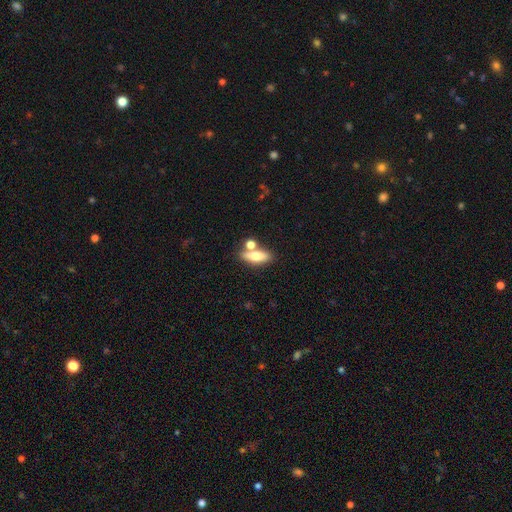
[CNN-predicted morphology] A smooth galaxy with no disk features (63%) that is in between round and cigar-shaped (60%).

Vote fractions:
- Smooth or featured? smooth: 63% / featured or disk: 29% / star or artifact: 8%
- How rounded? in between: 60% / cigar-shaped: 31% / round: 9%
- Merging? none: 59% / merger: 26% / minor disturbance: 11% / major disturbance: 4%